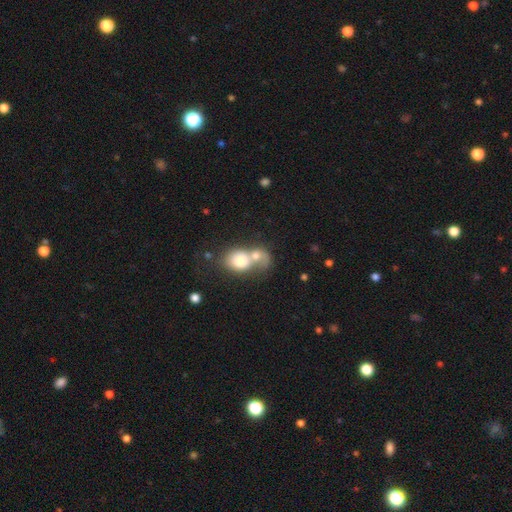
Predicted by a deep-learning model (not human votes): Smooth or featured? smooth (70%)
How rounded? round (51%)
Merging? merger (78%)